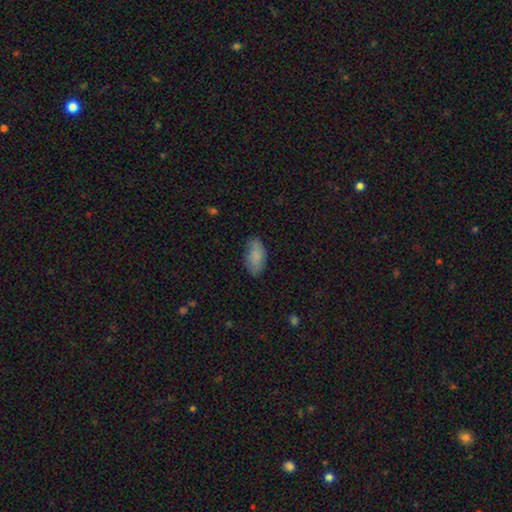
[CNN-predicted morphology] type=smooth (83%); roundness=in between (94%); merging=none (76%).